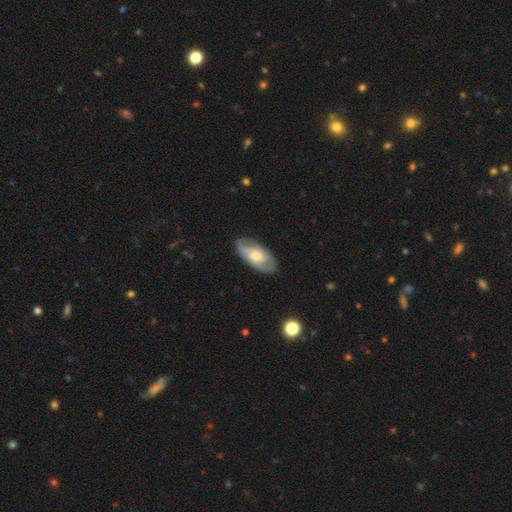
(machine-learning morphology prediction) The model was most divided on "smooth or featured": smooth: 58%, featured or disk: 36%, star or artifact: 6%. More confident: how rounded — in between (92%); merging — none (79%).